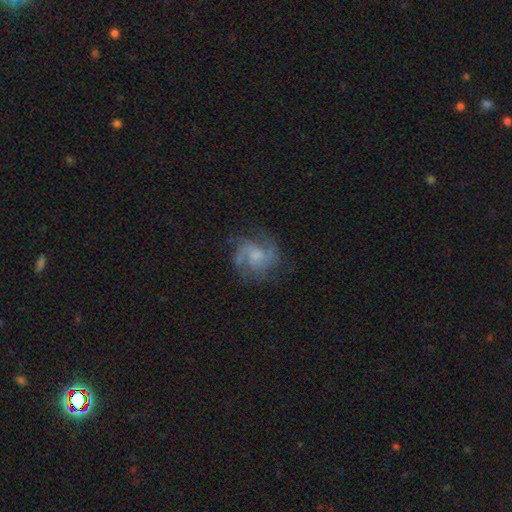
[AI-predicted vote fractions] Smooth or featured?
  - featured or disk: 79% *
  - smooth: 13%
  - star or artifact: 8%
Edge-on disk?
  - no: 98% *
  - yes: 2%
Bar?
  - no: 66% *
  - weak: 30%
  - strong: 4%
Spiral arms?
  - yes: 94% *
  - no: 6%
Spiral winding?
  - medium: 51% *
  - tight: 29%
  - loose: 20%
Spiral arm count?
  - 2: 37% *
  - 3: 33%
  - can't tell: 15%
  - 4: 6%
  - 1: 5%
  - more than 4: 4%
Bulge size?
  - moderate: 38% *
  - small: 32%
  - none: 20%
  - large: 8%
  - dominant: 2%
Merging?
  - none: 68% *
  - minor disturbance: 18%
  - major disturbance: 12%
  - merger: 2%